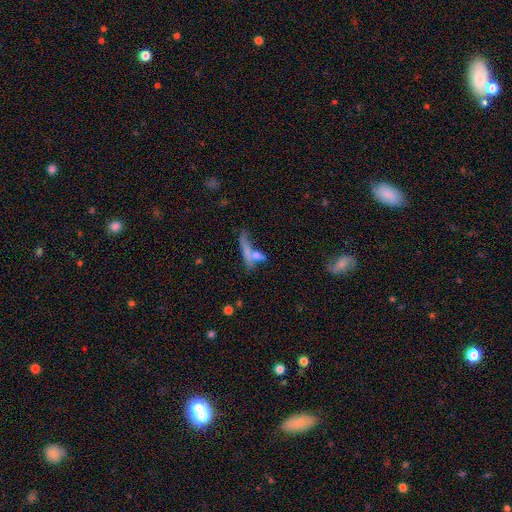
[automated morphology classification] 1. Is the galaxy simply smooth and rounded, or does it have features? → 61% smooth, 29% featured or disk, 11% star or artifact.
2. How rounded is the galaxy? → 71% cigar-shaped, 23% in between, 6% round.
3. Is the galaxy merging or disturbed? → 41% merger, 37% none, 12% minor disturbance, 10% major disturbance.